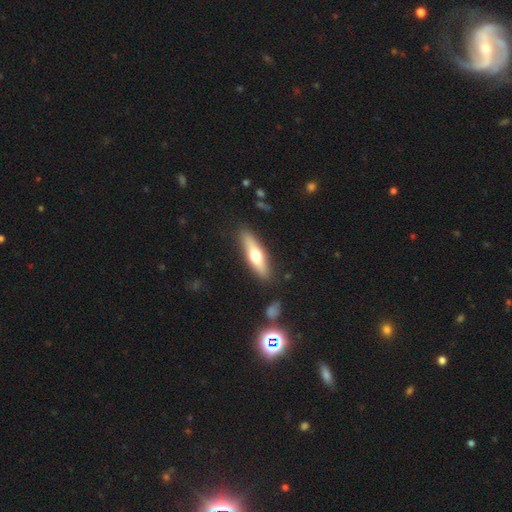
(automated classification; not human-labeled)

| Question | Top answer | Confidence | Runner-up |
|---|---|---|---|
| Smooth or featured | smooth | 50% | featured or disk (44%) |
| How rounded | cigar-shaped | 67% | in between (30%) |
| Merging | none | 87% | minor disturbance (9%) |